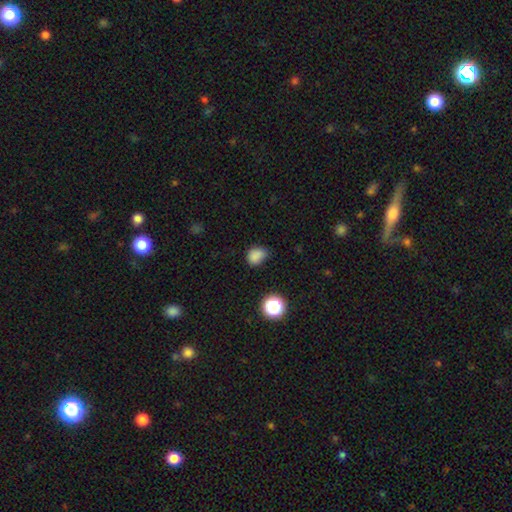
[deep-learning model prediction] The model was most divided on "how rounded": in between: 55%, round: 44%, cigar-shaped: 1%. More confident: smooth or featured — smooth (82%); merging — none (64%).